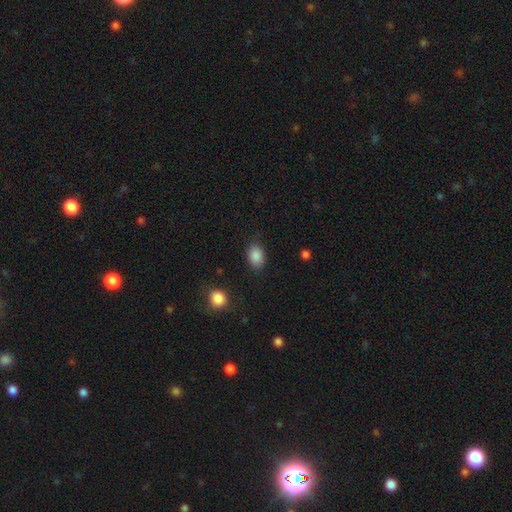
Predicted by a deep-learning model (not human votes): smooth 88%, star or artifact 8%, featured or disk 4%. Down the decision tree: how rounded — in between (76%); merging — none (80%).